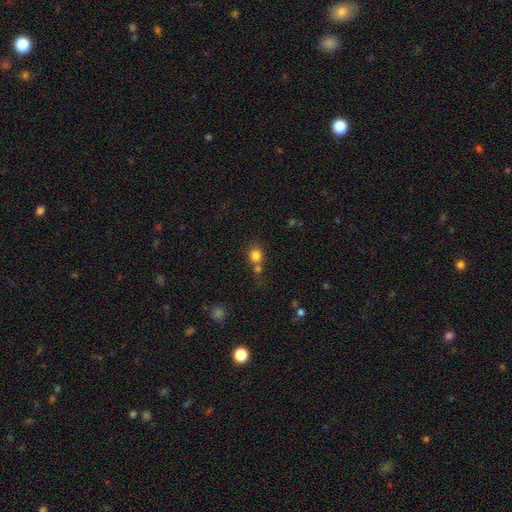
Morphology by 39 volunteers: smooth_or_featured: smooth (p=0.87) [alt: star or artifact p=0.08]
how_rounded: round (p=0.94) [alt: in between p=0.06]
merging: merger (p=0.47) [alt: none p=0.39]